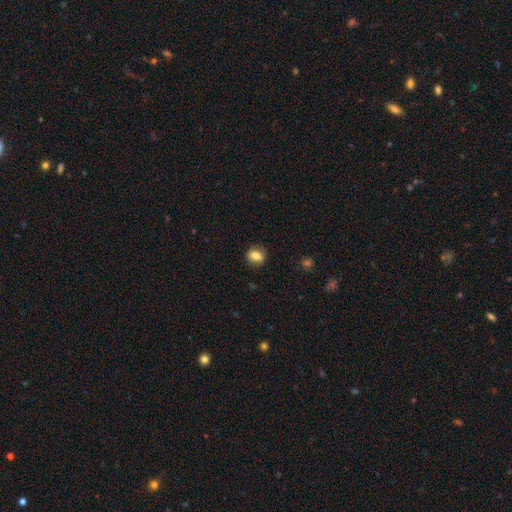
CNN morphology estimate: smooth_or_featured: smooth (p=0.79) [alt: featured or disk p=0.12]
how_rounded: in between (p=0.52) [alt: round p=0.46]
merging: none (p=0.84) [alt: minor disturbance p=0.12]